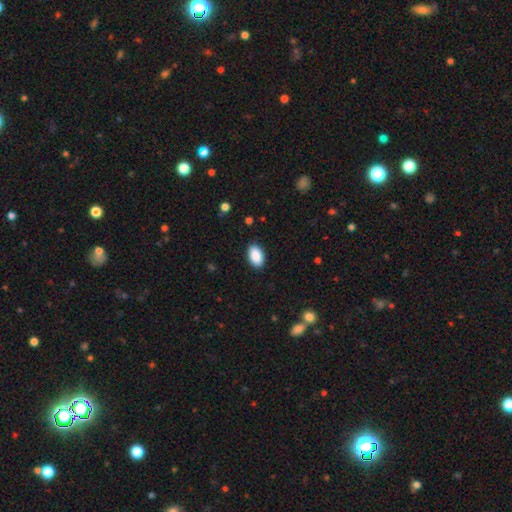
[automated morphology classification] Q: Smooth or featured?
A: smooth (90%); runner-up: star or artifact (6%)
Q: How rounded?
A: in between (95%); runner-up: round (4%)
Q: Merging?
A: none (89%); runner-up: minor disturbance (8%)